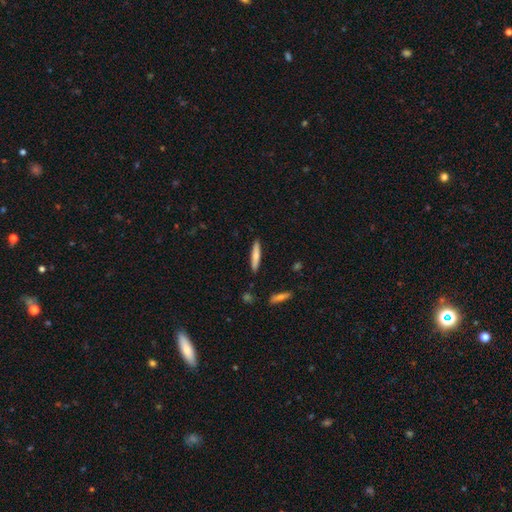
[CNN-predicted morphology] Smooth or featured?
  - smooth: 69% *
  - featured or disk: 25%
  - star or artifact: 6%
How rounded?
  - cigar-shaped: 89% *
  - in between: 9%
  - round: 2%
Merging?
  - none: 89% *
  - minor disturbance: 8%
  - merger: 2%
  - major disturbance: 2%